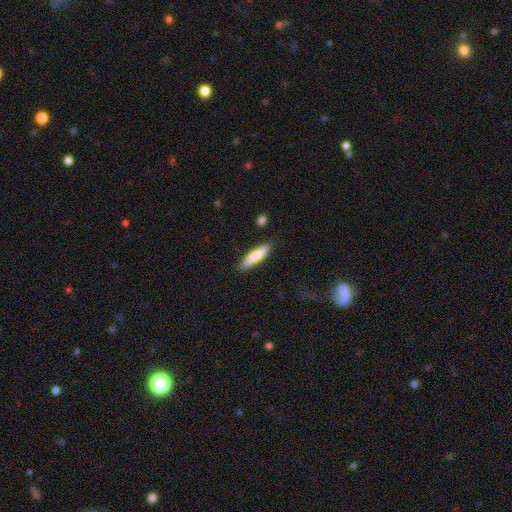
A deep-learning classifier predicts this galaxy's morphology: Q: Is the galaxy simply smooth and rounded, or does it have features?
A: smooth — 80%.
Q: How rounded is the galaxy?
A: cigar-shaped — 77%.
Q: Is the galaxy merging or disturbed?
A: none — 84%.